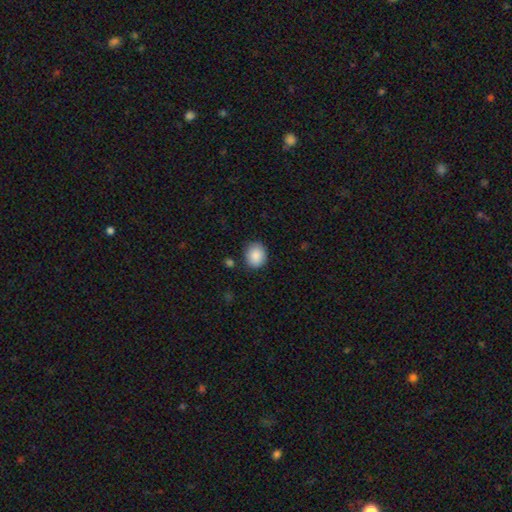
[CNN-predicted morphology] Smooth or featured? smooth (89%)
How rounded? round (64%)
Merging? none (85%)